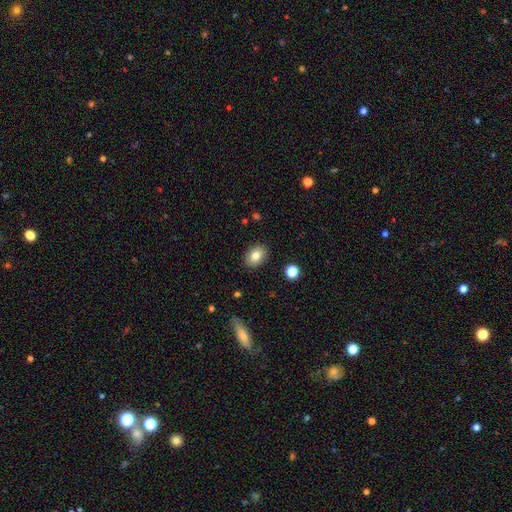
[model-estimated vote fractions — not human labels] Smooth or featured?
  - smooth: 81% *
  - featured or disk: 10%
  - star or artifact: 9%
How rounded?
  - in between: 76% *
  - round: 23%
  - cigar-shaped: 1%
Merging?
  - none: 88% *
  - minor disturbance: 9%
  - major disturbance: 2%
  - merger: 1%